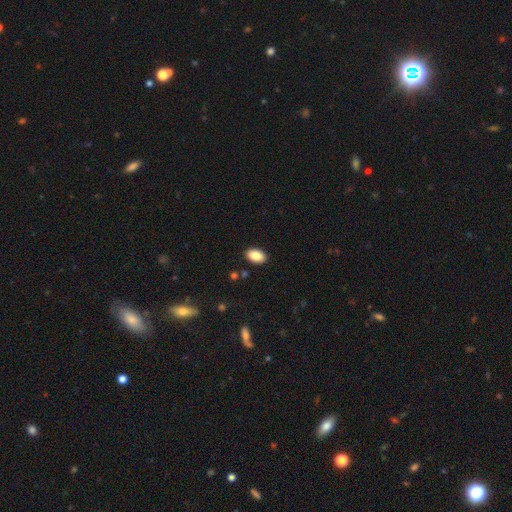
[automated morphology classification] Smooth or featured? smooth (88%)
How rounded? in between (93%)
Merging? none (88%)